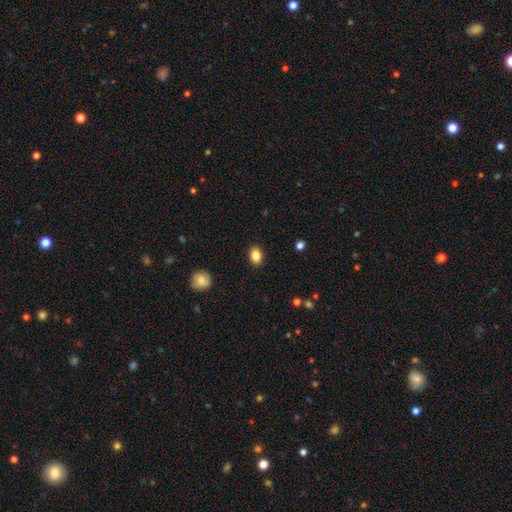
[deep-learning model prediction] The model was most divided on "how rounded": in between: 75%, round: 24%, cigar-shaped: 1%. More confident: merging — none (89%); smooth or featured — smooth (86%).